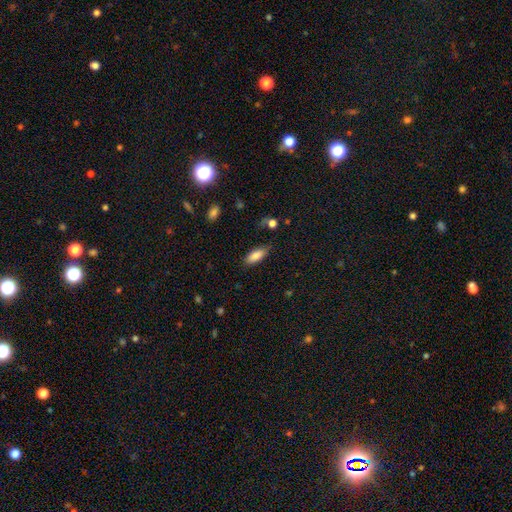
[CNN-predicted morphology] Smooth or featured? smooth (84%)
How rounded? in between (79%)
Merging? none (78%)